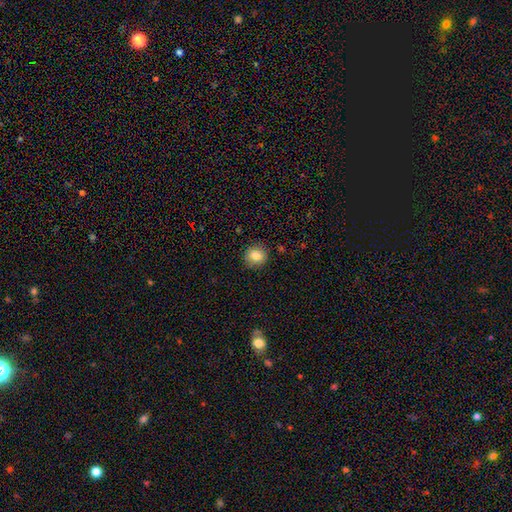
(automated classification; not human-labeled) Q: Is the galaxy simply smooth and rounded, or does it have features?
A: smooth — 82%.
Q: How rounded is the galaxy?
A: round — 86%.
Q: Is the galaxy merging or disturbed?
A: none — 89%.